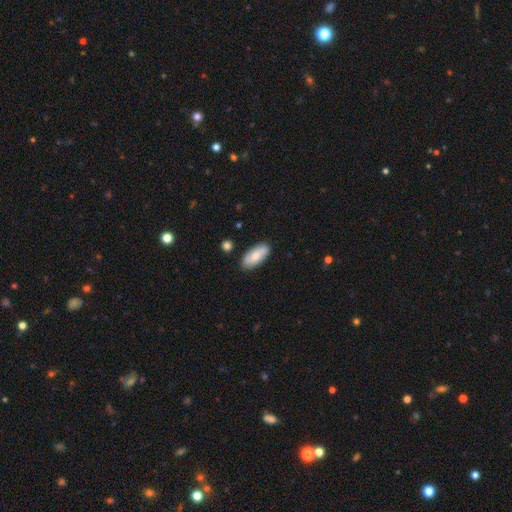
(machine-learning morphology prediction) This appears to be a smooth galaxy with no disk features (62%) that is in between round and cigar-shaped (87%). Merging: none (86%).